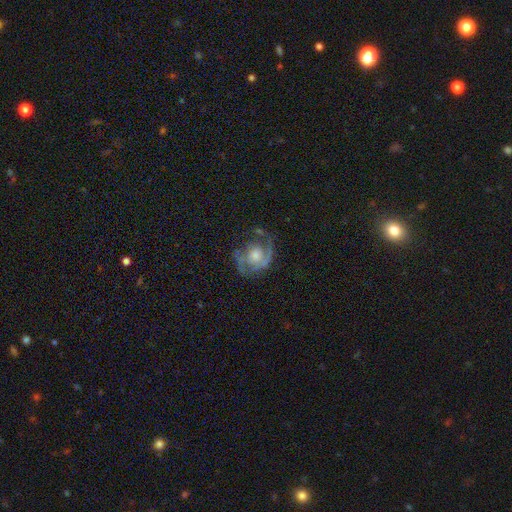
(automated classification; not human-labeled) Overall: featured or disk (80%). Edge-on disk: no (97%). Bar: no (75%). Spiral arms: yes (88%). Spiral arm count: 2 (61%). Spiral winding: medium (44%; tight 39%). Bulge size: moderate (53%; small 30%). Merging: none (58%; minor disturbance 21%).